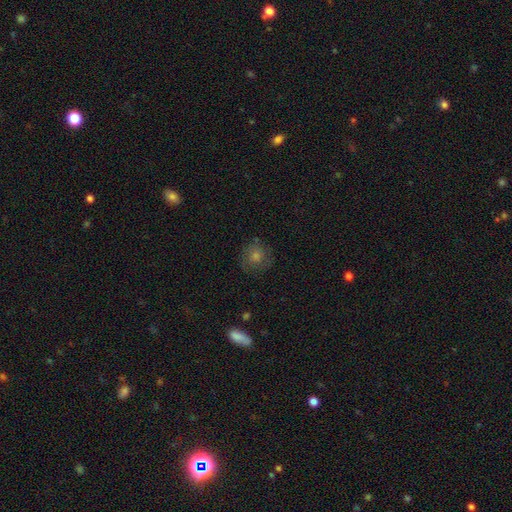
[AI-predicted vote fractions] smooth-or-featured: smooth: 49% | featured or disk: 30% | star or artifact: 21%
  merging: none: 81% | minor disturbance: 13% | major disturbance: 5% | merger: 2%